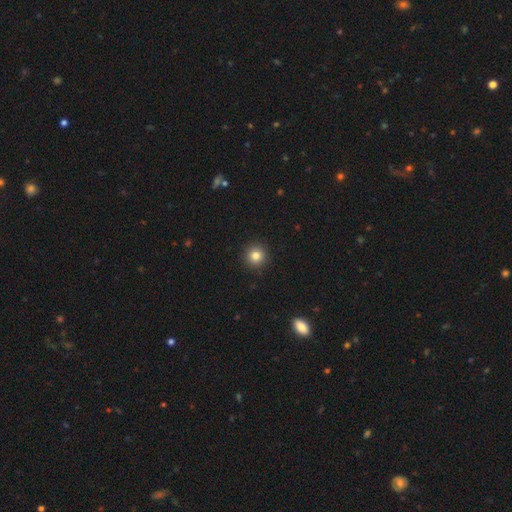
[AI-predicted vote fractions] A smooth galaxy with no disk features (83%) that is round (95%). Merging: none (93%).